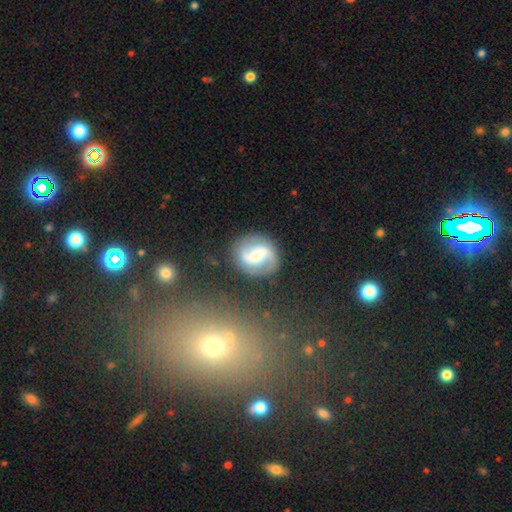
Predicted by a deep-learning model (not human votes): A featured or disk galaxy (74%) with a weak bar (40%), 2 (89%) medium (41%) spiral arms (89%) and a moderate central bulge (50%).

Vote fractions:
- Smooth or featured? featured or disk: 74% / smooth: 19% / star or artifact: 7%
- Edge-on disk? no: 97% / yes: 3%
- Bar? weak: 40% / strong: 33% / no: 27%
- Spiral arms? yes: 89% / no: 11%
- Spiral winding? medium: 41% / loose: 40% / tight: 19%
- Spiral arm count? 2: 89% / can't tell: 6% / 1: 2% / 3: 2% / 4: 1% / more than 4: 1%
- Bulge size? moderate: 50% / small: 42% / large: 5% / none: 2% / dominant: 1%
- Merging? none: 80% / minor disturbance: 12% / major disturbance: 5% / merger: 3%